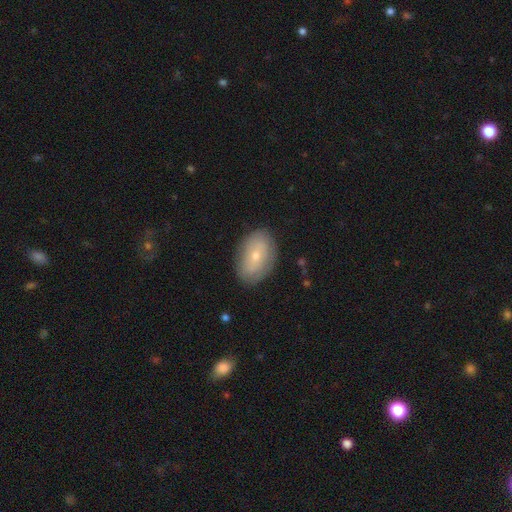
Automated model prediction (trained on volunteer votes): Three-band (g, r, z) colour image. It shows a smooth galaxy with no disk features (53%) that is in between round and cigar-shaped (87%). Merging: none (82%).